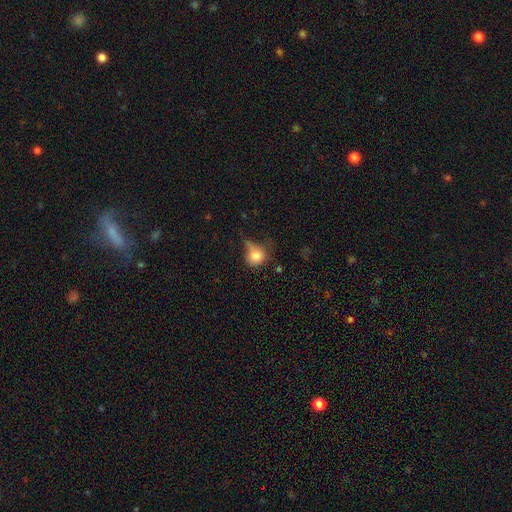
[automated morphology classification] Smooth or featured? Predicted: smooth (p=0.79). How rounded? Predicted: round (p=0.72). Merging? Predicted: none (p=0.36).